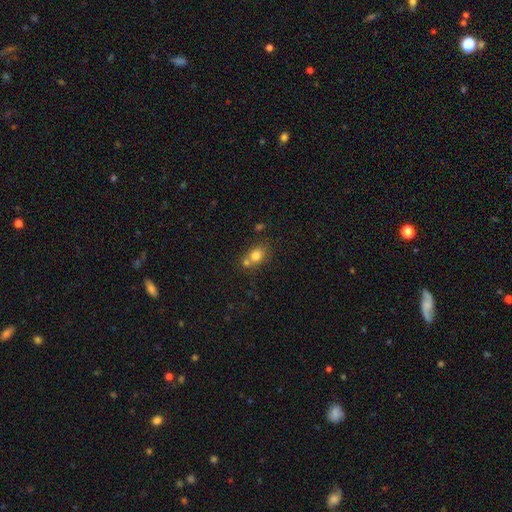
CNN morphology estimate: smooth_or_featured: smooth (p=0.78) [alt: featured or disk p=0.11]
how_rounded: round (p=0.55) [alt: in between p=0.43]
merging: none (p=0.46) [alt: merger p=0.38]